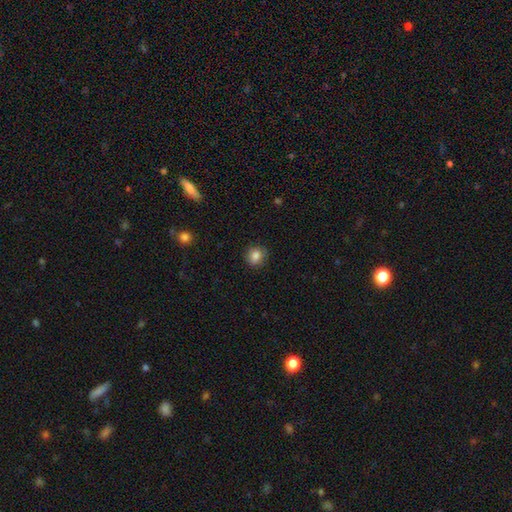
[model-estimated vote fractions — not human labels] Smooth or featured? Predicted: smooth (p=0.84). How rounded? Predicted: round (p=0.81). Merging? Predicted: none (p=0.84).